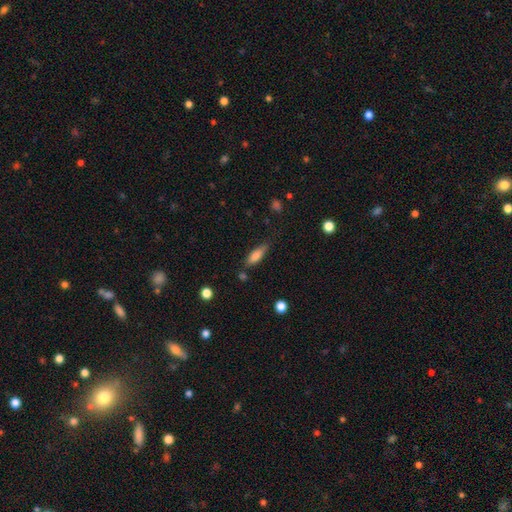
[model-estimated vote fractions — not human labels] smooth_or_featured: smooth (p=0.78) [alt: featured or disk p=0.14]
how_rounded: in between (p=0.56) [alt: cigar-shaped p=0.41]
merging: none (p=0.68) [alt: minor disturbance p=0.22]